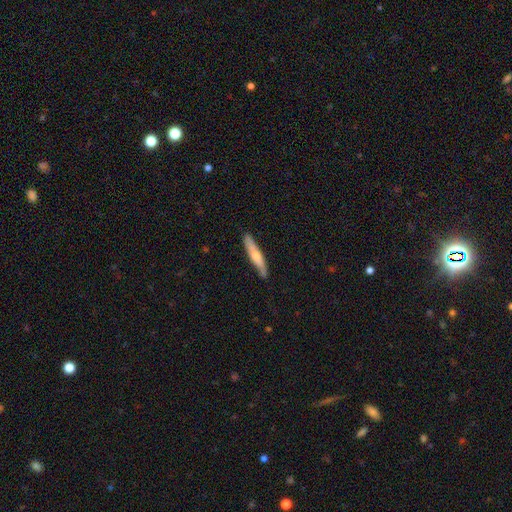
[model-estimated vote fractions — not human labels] smooth_or_featured: smooth (p=0.57) [alt: featured or disk p=0.38]
how_rounded: cigar-shaped (p=0.90) [alt: in between p=0.09]
merging: none (p=0.81) [alt: minor disturbance p=0.15]